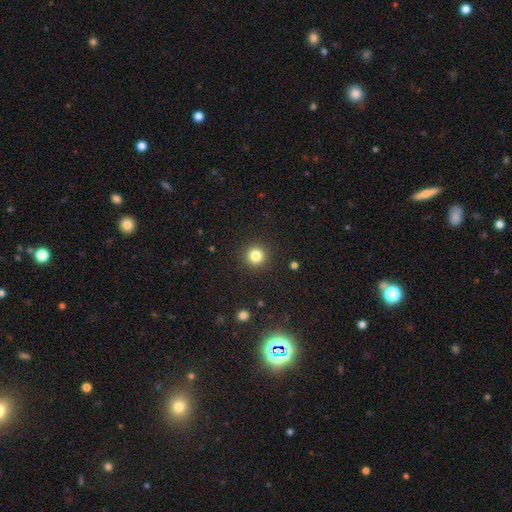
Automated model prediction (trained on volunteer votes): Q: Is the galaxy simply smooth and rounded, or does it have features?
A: smooth — 82%.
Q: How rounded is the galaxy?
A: round — 95%.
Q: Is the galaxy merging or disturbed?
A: none — 92%.